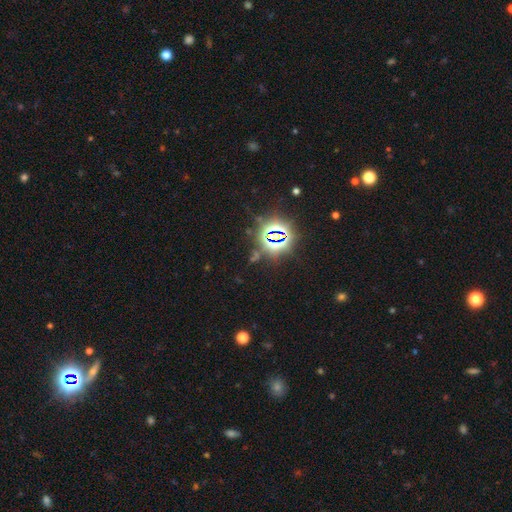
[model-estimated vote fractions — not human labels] smooth_or_featured: star or artifact (p=0.80) [alt: smooth p=0.12]